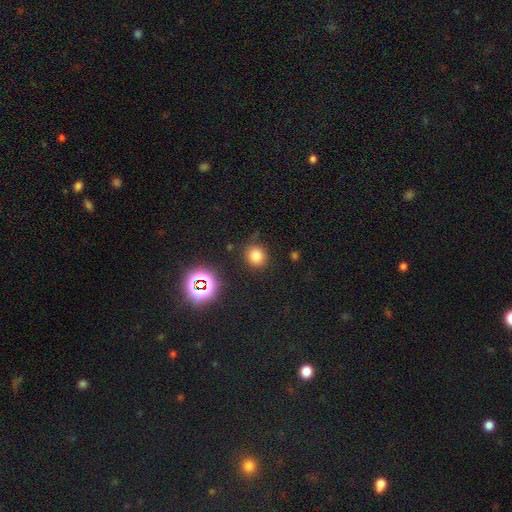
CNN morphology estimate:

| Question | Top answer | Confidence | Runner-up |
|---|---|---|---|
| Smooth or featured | smooth | 75% | star or artifact (18%) |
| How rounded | round | 82% | in between (17%) |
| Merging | none | 83% | minor disturbance (11%) |